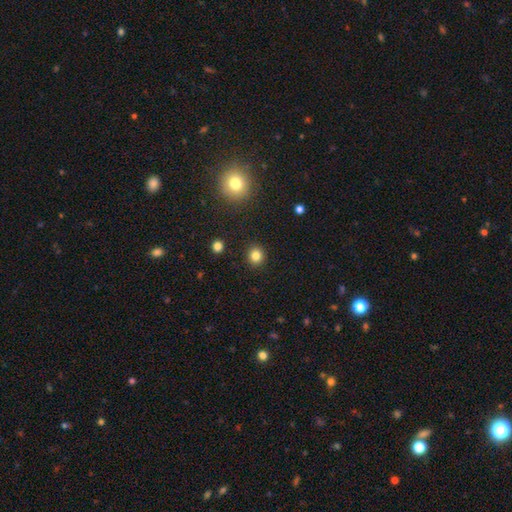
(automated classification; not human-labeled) smooth 83%, star or artifact 12%, featured or disk 5%. Down the decision tree: how rounded — round (86%); merging — none (91%).